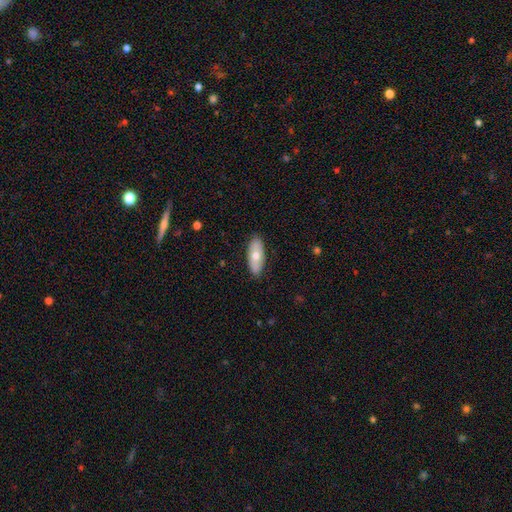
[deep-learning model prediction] This appears to be a smooth galaxy with no disk features (65%) that is in between round and cigar-shaped (83%). Merging: none (87%).